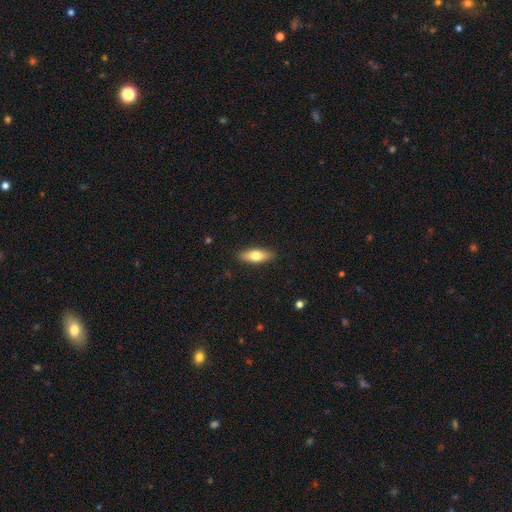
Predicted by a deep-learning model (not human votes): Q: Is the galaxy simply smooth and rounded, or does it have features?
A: smooth — 72%.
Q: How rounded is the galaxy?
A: in between — 67%.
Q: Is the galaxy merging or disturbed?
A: none — 88%.